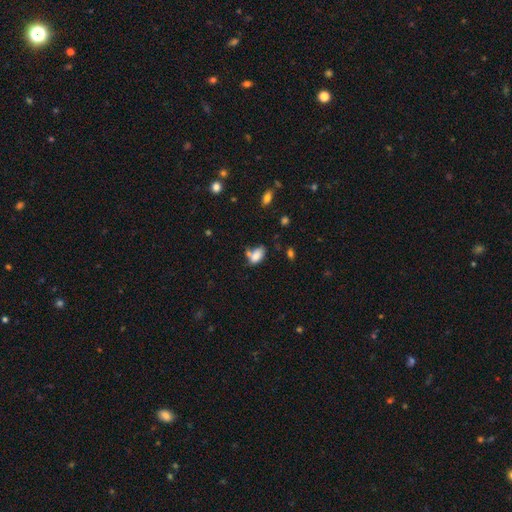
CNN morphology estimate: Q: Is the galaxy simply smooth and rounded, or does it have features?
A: smooth — 80%.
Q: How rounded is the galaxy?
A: in between — 90%.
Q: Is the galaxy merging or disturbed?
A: none — 39%.